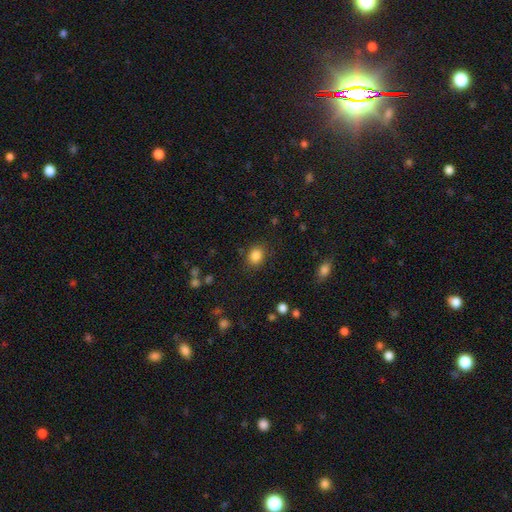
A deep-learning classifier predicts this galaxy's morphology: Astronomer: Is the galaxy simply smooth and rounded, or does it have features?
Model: smooth — 85%.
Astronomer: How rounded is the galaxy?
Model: round — 62%.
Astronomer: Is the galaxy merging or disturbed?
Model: none — 84%.